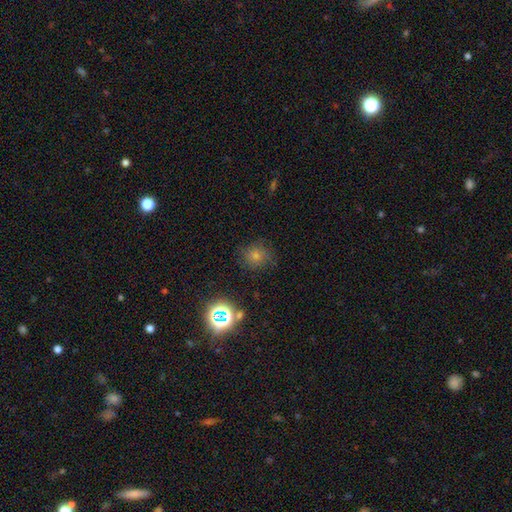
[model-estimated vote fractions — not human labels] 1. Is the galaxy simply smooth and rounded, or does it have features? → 51% smooth, 34% star or artifact, 14% featured or disk.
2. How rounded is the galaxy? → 85% round, 13% in between, 1% cigar-shaped.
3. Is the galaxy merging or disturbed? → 81% none, 13% minor disturbance, 5% major disturbance, 2% merger.